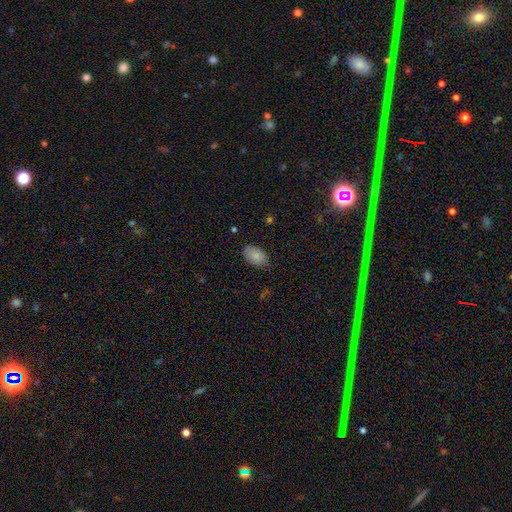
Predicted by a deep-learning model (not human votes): smooth_or_featured: smooth (p=0.88) [alt: star or artifact p=0.07]
how_rounded: in between (p=0.92) [alt: round p=0.07]
merging: none (p=0.81) [alt: minor disturbance p=0.15]